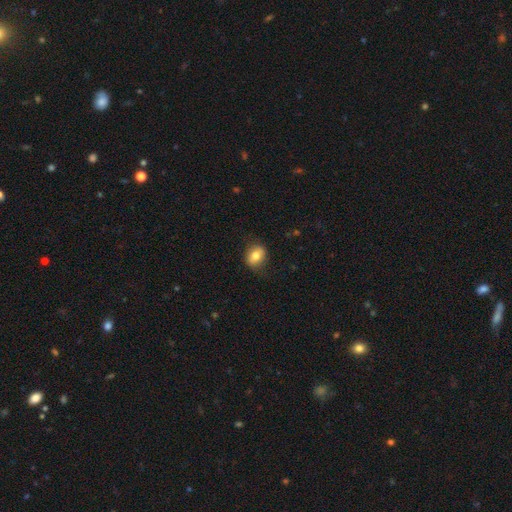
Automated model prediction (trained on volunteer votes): Smooth or featured? smooth (76%)
How rounded? in between (56%)
Merging? none (80%)